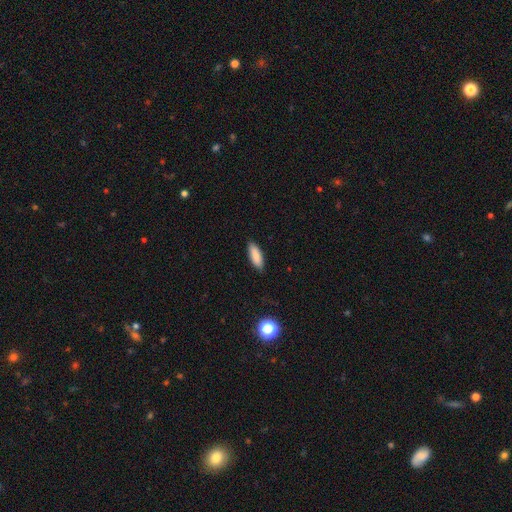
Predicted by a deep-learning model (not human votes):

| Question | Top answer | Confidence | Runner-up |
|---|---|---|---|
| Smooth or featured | smooth | 88% | star or artifact (7%) |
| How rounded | in between | 60% | cigar-shaped (39%) |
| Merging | none | 88% | minor disturbance (9%) |